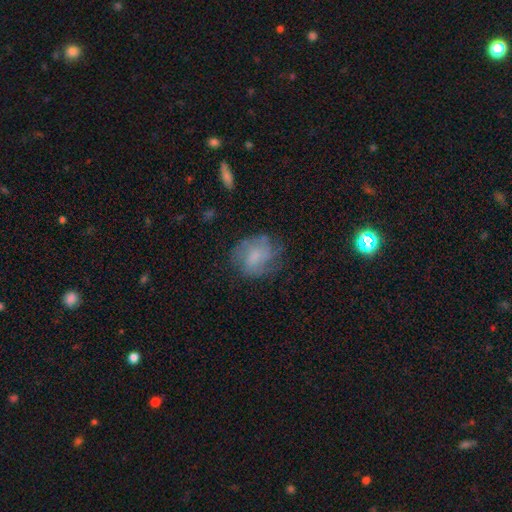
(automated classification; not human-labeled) smooth-or-featured: smooth: 48% | featured or disk: 43% | star or artifact: 10%
  merging: none: 62% | minor disturbance: 23% | major disturbance: 13% | merger: 2%